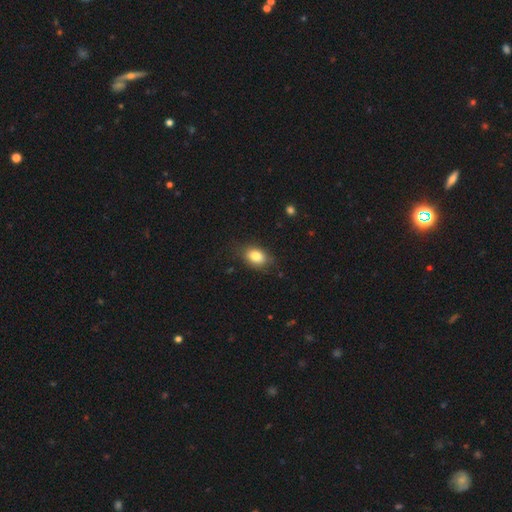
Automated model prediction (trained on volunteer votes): smooth-or-featured: smooth: 82% | star or artifact: 9% | featured or disk: 9%
  how-rounded: in between: 78% | round: 20% | cigar-shaped: 1%
  merging: none: 81% | minor disturbance: 15% | major disturbance: 3% | merger: 1%